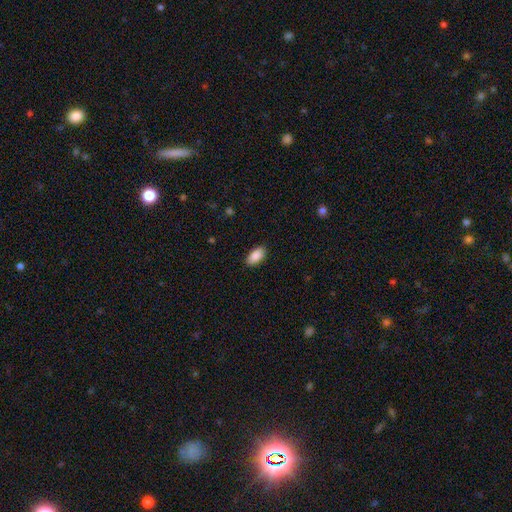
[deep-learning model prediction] Smooth or featured? smooth (89%)
How rounded? in between (93%)
Merging? none (89%)